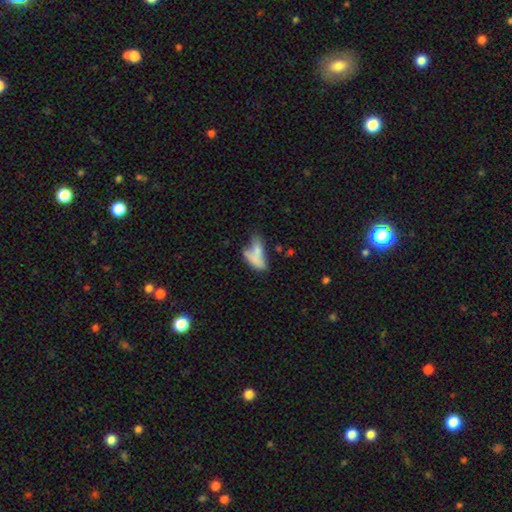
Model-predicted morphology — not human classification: A smooth galaxy with no disk features (69%) that is in between round and cigar-shaped (69%). Merging: merger (40%).